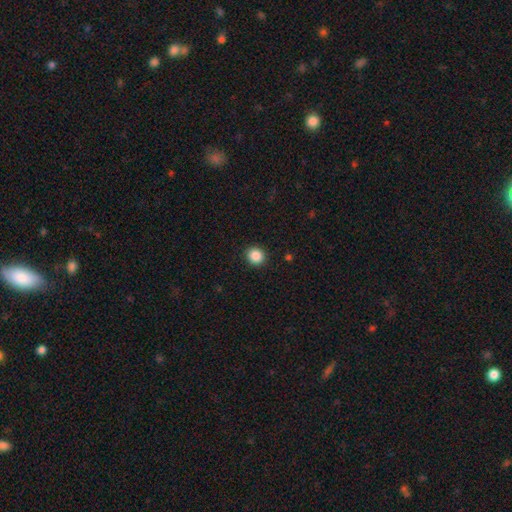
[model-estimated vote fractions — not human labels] The model was most divided on "how rounded": round: 87%, in between: 12%, cigar-shaped: 1%. More confident: merging — none (92%); smooth or featured — smooth (87%).